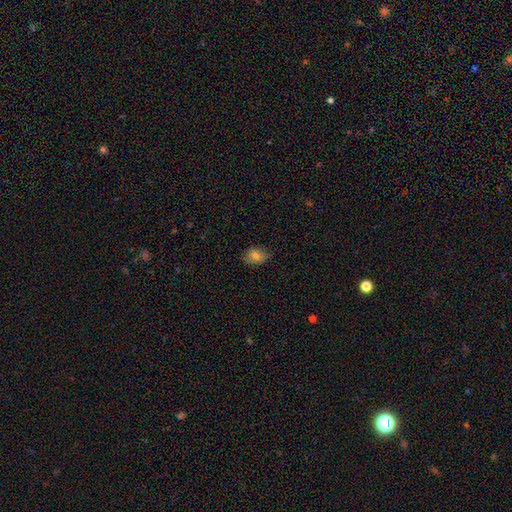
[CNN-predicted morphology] Overall: smooth (73%). How rounded: in between (70%). Merging: none (67%).